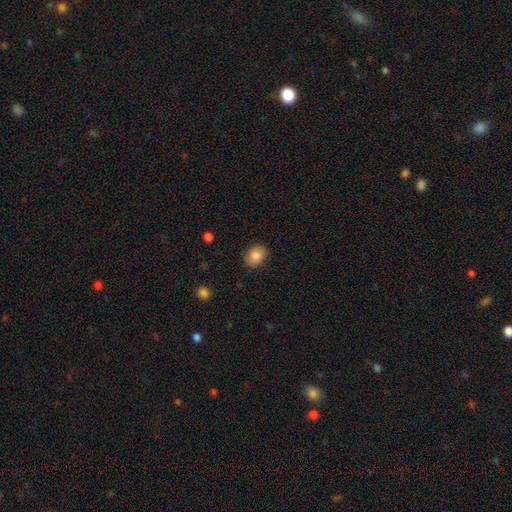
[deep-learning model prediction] Smooth or featured: smooth — 85% (star or artifact — 8%)
How rounded: round — 50% (tied with in between — 50%)
Merging: none — 85% (minor disturbance — 12%)